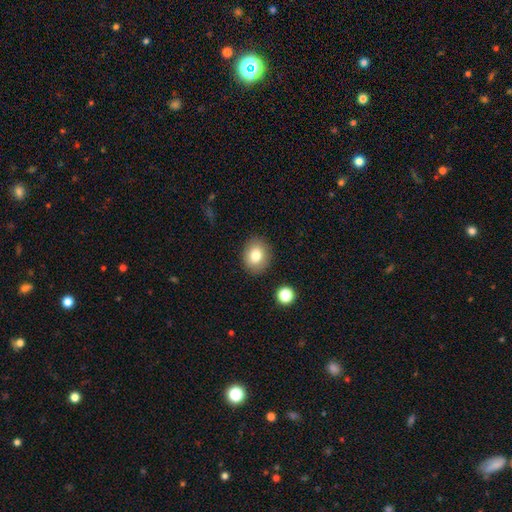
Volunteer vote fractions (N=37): smooth_or_featured: smooth (p=0.84) [alt: featured or disk p=0.08]
how_rounded: round (p=0.52) [alt: in between p=0.48]
merging: none (p=0.82) [alt: minor disturbance p=0.15]